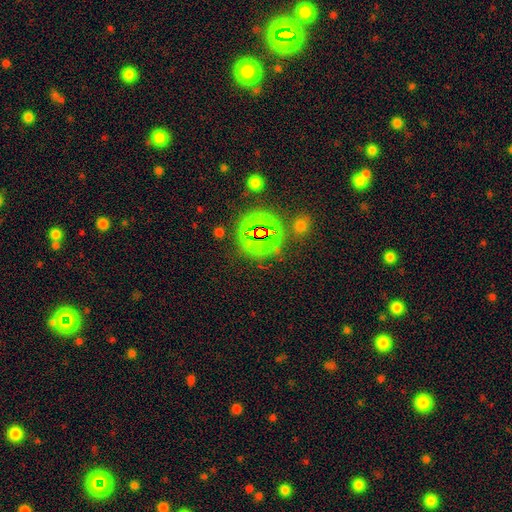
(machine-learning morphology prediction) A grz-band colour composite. It shows a star or artifact, not a galaxy (68%).